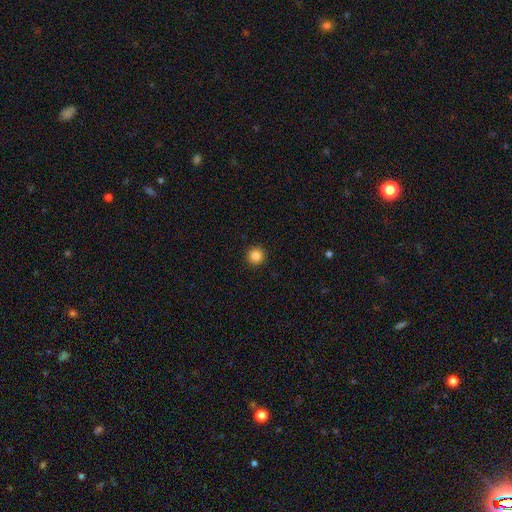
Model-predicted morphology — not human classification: smooth-or-featured: smooth: 86% | star or artifact: 10% | featured or disk: 4%
  how-rounded: round: 95% | in between: 4% | cigar-shaped: 1%
  merging: none: 93% | minor disturbance: 4% | major disturbance: 2% | merger: 1%